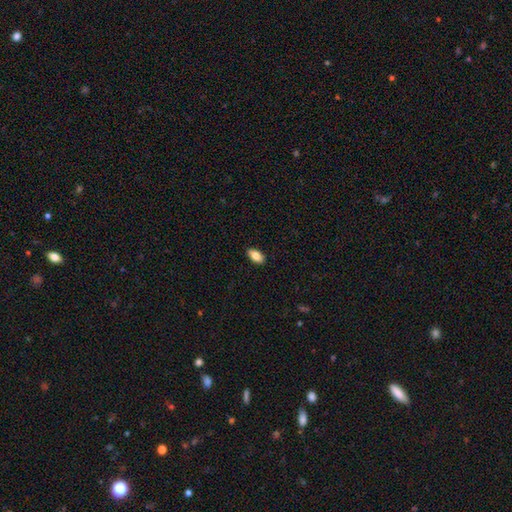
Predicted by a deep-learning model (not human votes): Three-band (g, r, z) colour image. It shows a smooth galaxy with no disk features (82%) that is in between round and cigar-shaped (92%). Merging: none (89%).